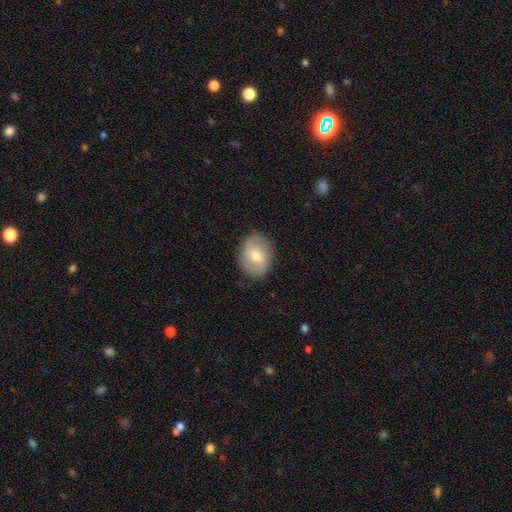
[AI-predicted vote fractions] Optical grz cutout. It shows a smooth galaxy with no disk features (53%) that is in between round and cigar-shaped (61%). Merging: none (81%).